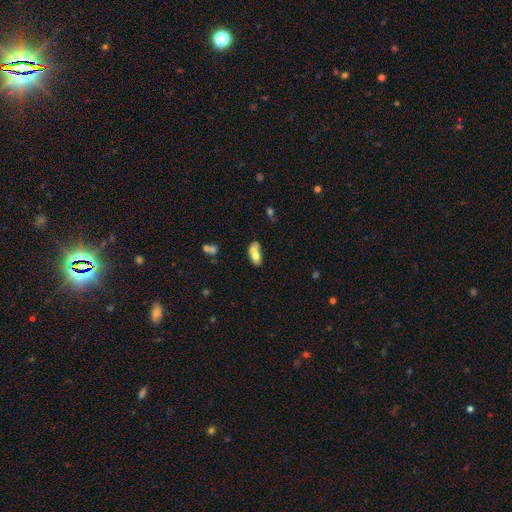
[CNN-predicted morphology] smooth 63%, featured or disk 28%, star or artifact 9%. Down the decision tree: how rounded — in between (79%); merging — merger (63%).